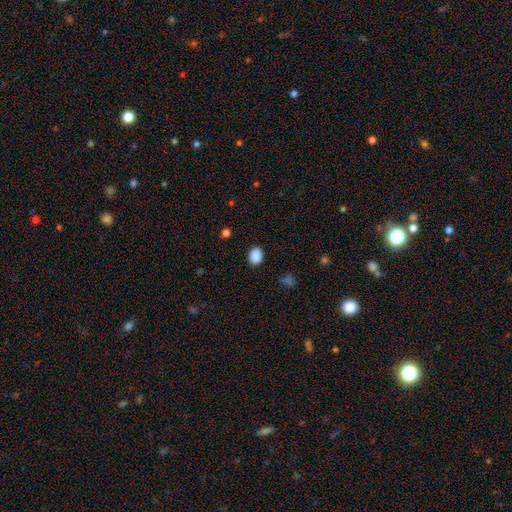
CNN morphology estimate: Smooth or featured: smooth — 89% (star or artifact — 8%)
How rounded: in between — 68% (round — 31%)
Merging: none — 88% (minor disturbance — 9%)